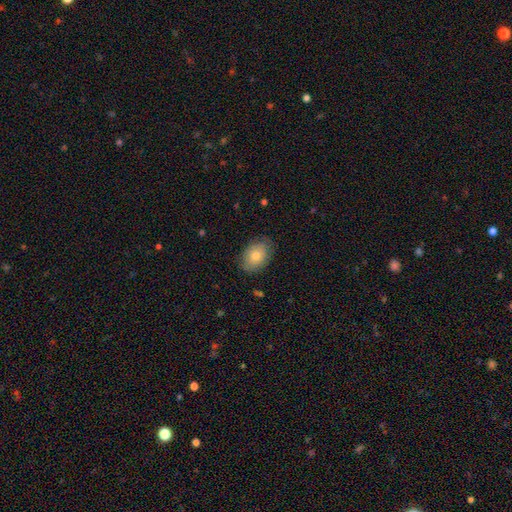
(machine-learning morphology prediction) This appears to be a smooth galaxy with no disk features (74%) that is in between round and cigar-shaped (81%). Merging: none (81%).